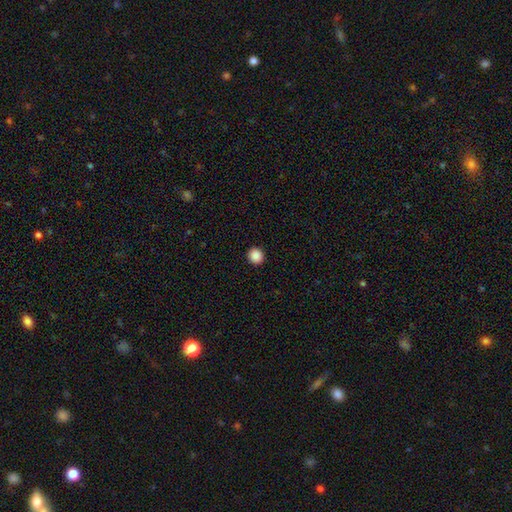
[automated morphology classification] smooth 89%, star or artifact 9%, featured or disk 2%. Down the decision tree: how rounded — round (91%); merging — none (93%).